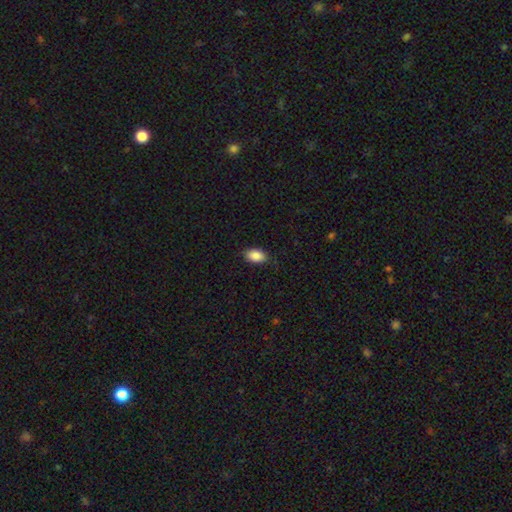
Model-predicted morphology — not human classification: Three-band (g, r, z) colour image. It shows a smooth galaxy with no disk features (88%) that is in between round and cigar-shaped (92%). Merging: none (85%).